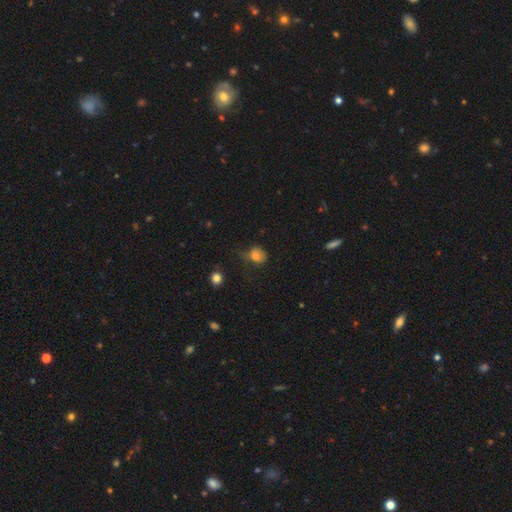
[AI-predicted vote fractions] Smooth or featured?
  - smooth: 77% *
  - star or artifact: 13%
  - featured or disk: 10%
How rounded?
  - round: 53% *
  - in between: 45%
  - cigar-shaped: 1%
Merging?
  - none: 43% *
  - minor disturbance: 33%
  - major disturbance: 20%
  - merger: 4%